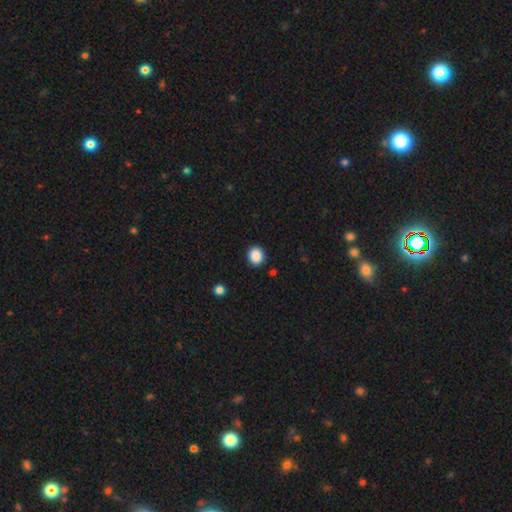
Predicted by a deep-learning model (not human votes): Q: Smooth or featured?
A: smooth (88%); runner-up: star or artifact (10%)
Q: How rounded?
A: round (78%); runner-up: in between (21%)
Q: Merging?
A: none (90%); runner-up: minor disturbance (7%)